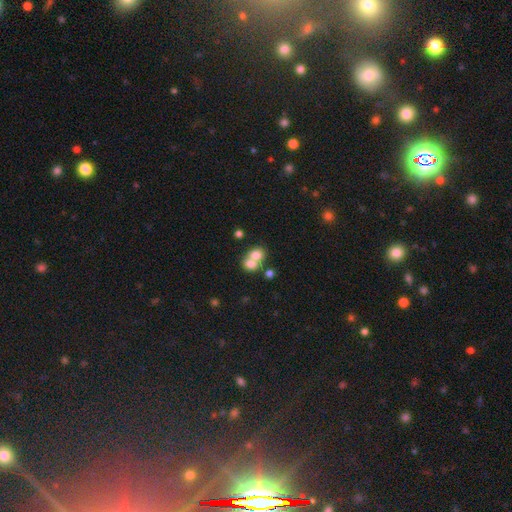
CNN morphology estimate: Smooth or featured? smooth (74%)
How rounded? round (51%)
Merging? merger (66%)